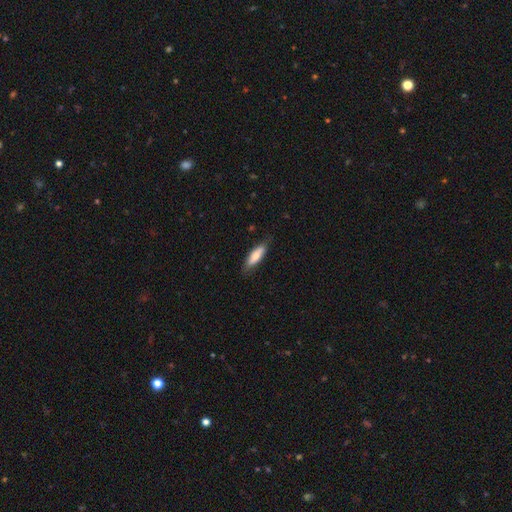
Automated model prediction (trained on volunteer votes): A smooth galaxy with no disk features (75%) that is cigar-shaped (56%). Merging: none (80%).